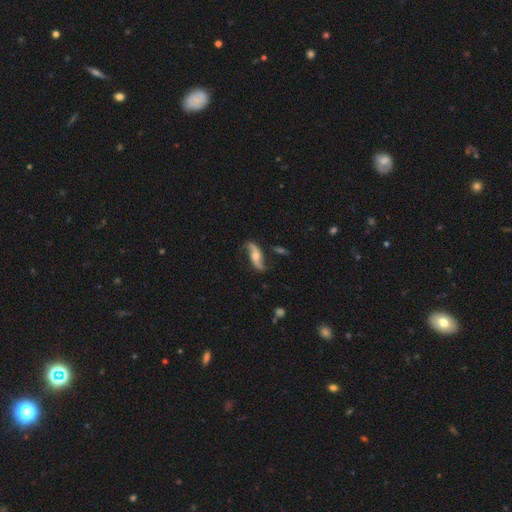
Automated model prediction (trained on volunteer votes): smooth-or-featured: featured or disk: 78% | smooth: 17% | star or artifact: 5%
  disk-edge-on: no: 86% | yes: 14%
    bar: no: 62% | weak: 23% | strong: 14%
    has-spiral-arms: yes: 92% | no: 8%
      spiral-winding: loose: 84% | medium: 11% | tight: 5%
      spiral-arm-count: 2: 93% | can't tell: 3% | 1: 2% | 3: 1% | 4: 1% | more than 4: 1%
    bulge-size: moderate: 64% | small: 27% | large: 5% | none: 2% | dominant: 1%
  merging: none: 75% | minor disturbance: 17% | major disturbance: 5% | merger: 2%